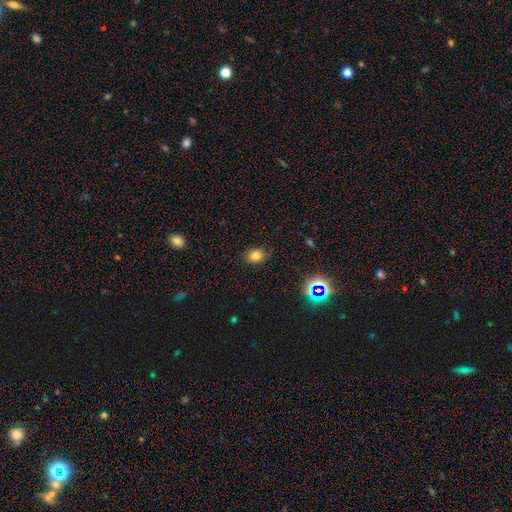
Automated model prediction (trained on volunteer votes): Smooth or featured? smooth (78%)
How rounded? round (50%)
Merging? none (86%)